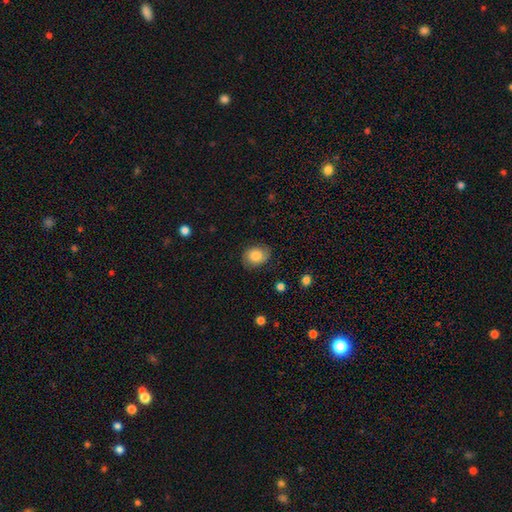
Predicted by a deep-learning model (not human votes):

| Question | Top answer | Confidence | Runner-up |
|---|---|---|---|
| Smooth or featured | smooth | 72% | featured or disk (20%) |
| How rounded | in between | 50% | round (49%) |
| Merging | none | 78% | minor disturbance (16%) |